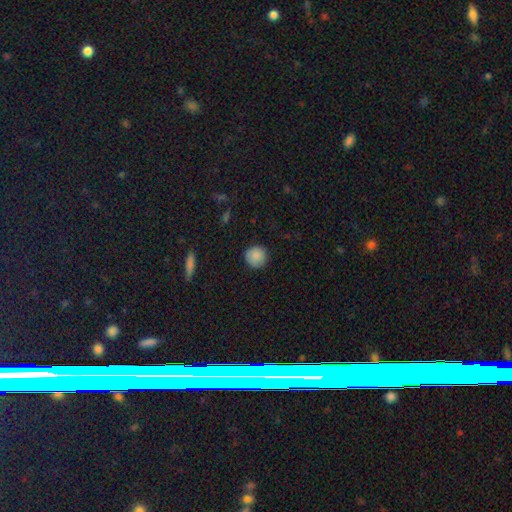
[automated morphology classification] smooth_or_featured: smooth (p=0.88) [alt: star or artifact p=0.08]
how_rounded: round (p=0.93) [alt: in between p=0.06]
merging: none (p=0.88) [alt: minor disturbance p=0.09]